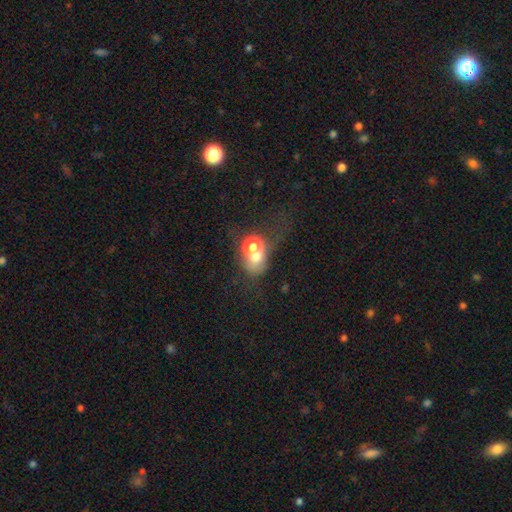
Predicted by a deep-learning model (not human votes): A smooth galaxy with no disk features (60%) that is in between round and cigar-shaped (58%).

Vote fractions:
- Smooth or featured? smooth: 60% / featured or disk: 27% / star or artifact: 13%
- How rounded? in between: 58% / round: 41% / cigar-shaped: 1%
- Merging? merger: 59% / none: 17% / major disturbance: 15% / minor disturbance: 9%